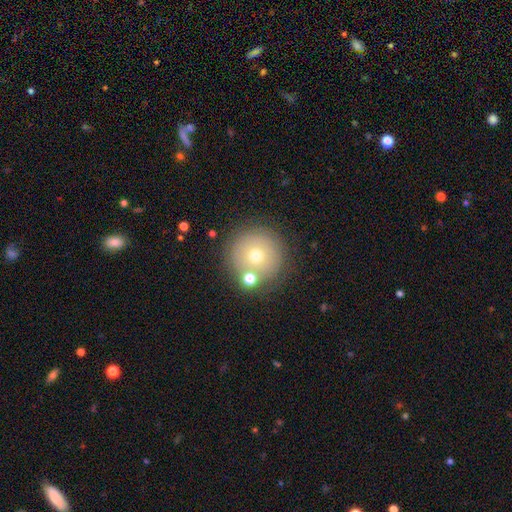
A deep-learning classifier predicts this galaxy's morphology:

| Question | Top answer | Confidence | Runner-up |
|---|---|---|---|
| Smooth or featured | smooth | 65% | featured or disk (21%) |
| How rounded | round | 96% | in between (3%) |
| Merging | none | 75% | merger (10%) |